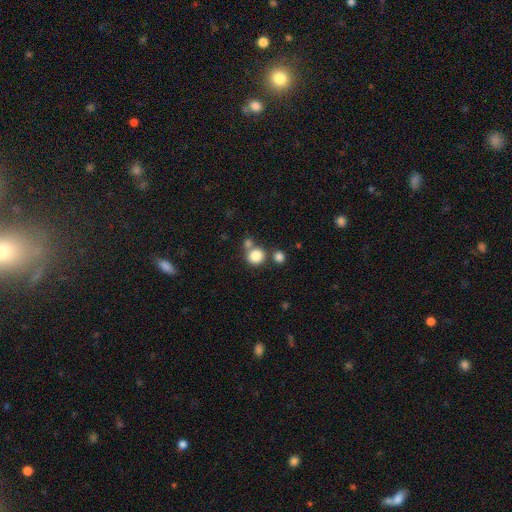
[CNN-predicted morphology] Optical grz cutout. It shows a smooth galaxy with no disk features (84%) that is round (90%). Merging: none (63%).